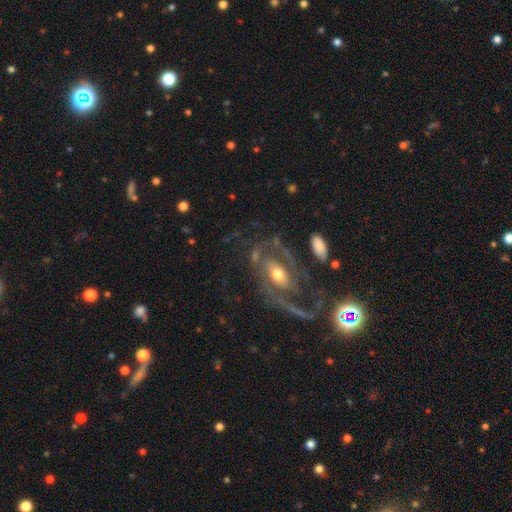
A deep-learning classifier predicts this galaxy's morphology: smooth_or_featured: featured or disk (p=0.83) [alt: smooth p=0.09]
disk_edge_on: no (p=0.96) [alt: yes p=0.04]
bar: no (p=0.45) [alt: weak p=0.34]
has_spiral_arms: yes (p=0.88) [alt: no p=0.12]
spiral_winding: medium (p=0.48) [alt: loose p=0.29]
spiral_arm_count: 2 (p=0.69) [alt: can't tell p=0.11]
bulge_size: moderate (p=0.61) [alt: small p=0.29]
merging: none (p=0.50) [alt: major disturbance p=0.27]